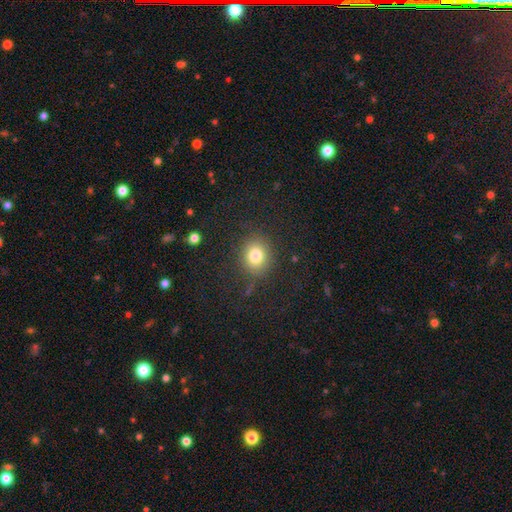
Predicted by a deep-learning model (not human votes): Overall: smooth (80%). How rounded: round (71%). Merging: none (84%).